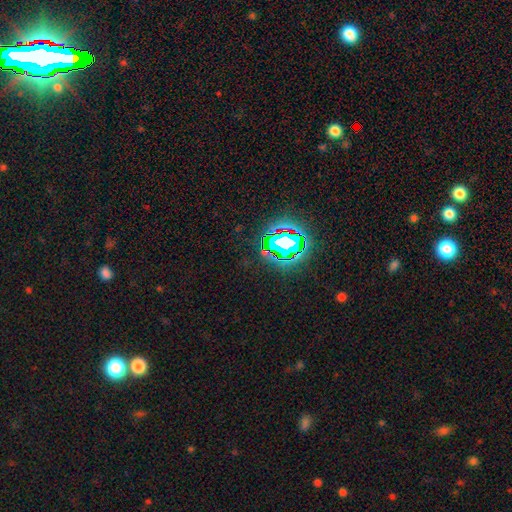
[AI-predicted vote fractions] Q: Smooth or featured?
A: star or artifact (80%); runner-up: smooth (12%)